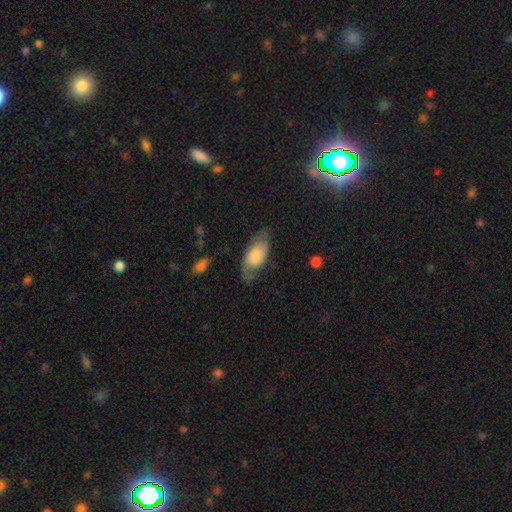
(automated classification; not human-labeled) Overall: smooth (54%; featured or disk 39%). How rounded: in between (91%). Merging: none (57%; minor disturbance 26%).